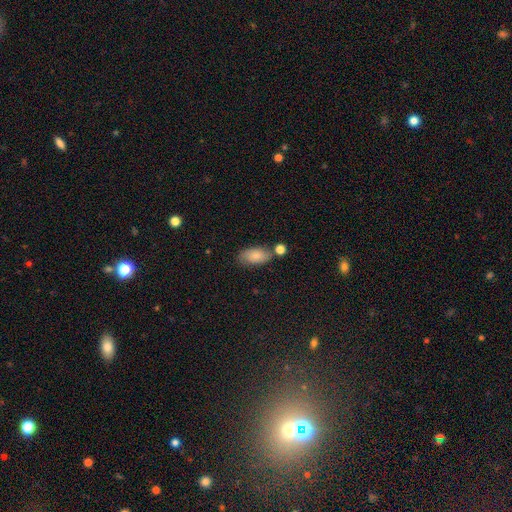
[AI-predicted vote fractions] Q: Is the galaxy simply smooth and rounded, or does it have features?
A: smooth — 76%.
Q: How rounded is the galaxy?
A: in between — 91%.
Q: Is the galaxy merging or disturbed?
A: none — 64%.